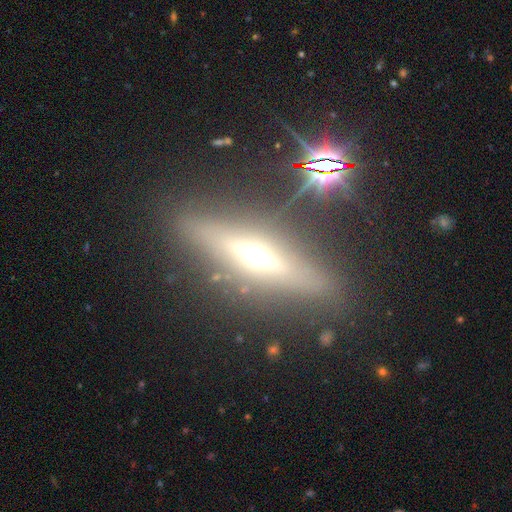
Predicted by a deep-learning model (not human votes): Smooth or featured?
  - featured or disk: 68% *
  - smooth: 19%
  - star or artifact: 14%
Edge-on disk?
  - yes: 92% *
  - no: 8%
Edge-on bulge?
  - rounded: 89% *
  - boxy: 6%
  - none: 5%
Merging?
  - none: 82% *
  - minor disturbance: 11%
  - major disturbance: 5%
  - merger: 3%